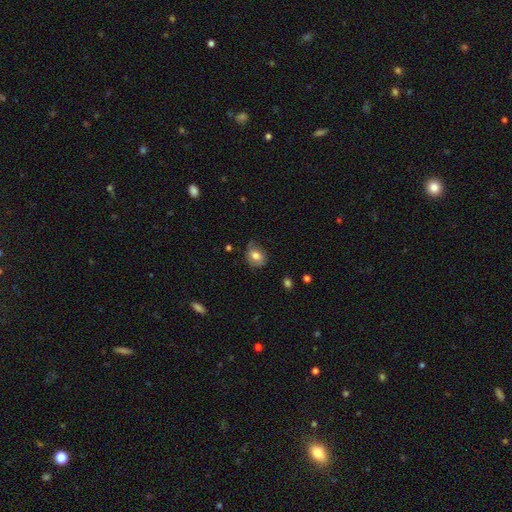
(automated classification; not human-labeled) Smooth or featured? smooth (73%)
How rounded? in between (52%)
Merging? none (60%)